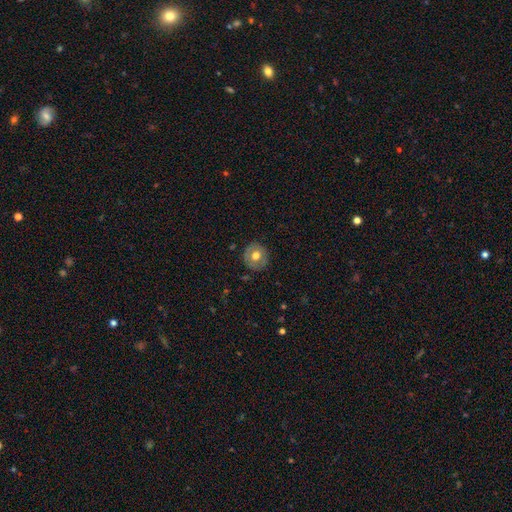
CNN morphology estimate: This is likely a smooth galaxy (65%). How rounded: clearly round (90%). Merging: clearly none (86%).